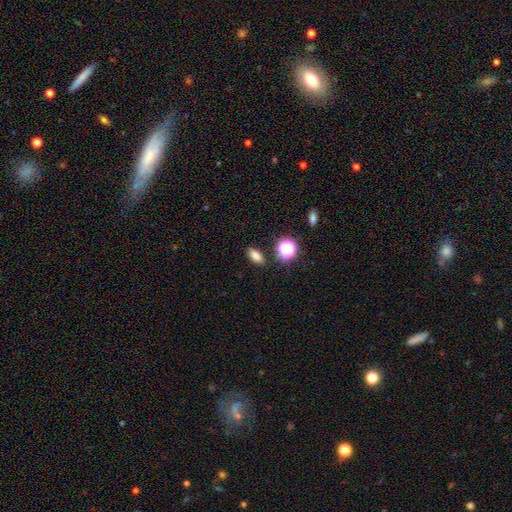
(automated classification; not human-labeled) Overall: smooth (79%). How rounded: in between (81%). Merging: none (86%).